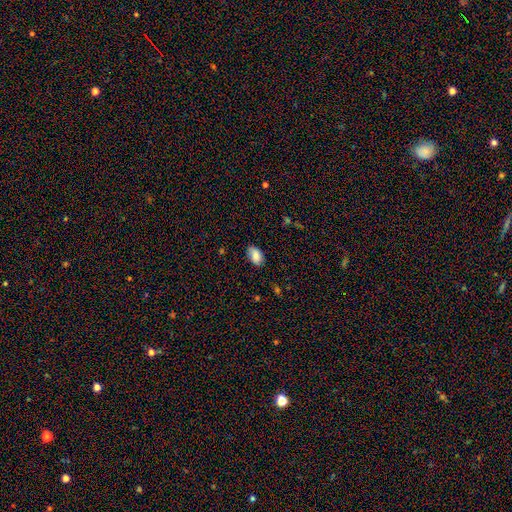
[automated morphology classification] Smooth or featured: smooth — 84% (featured or disk — 8%)
How rounded: in between — 91% (round — 8%)
Merging: none — 79% (minor disturbance — 17%)